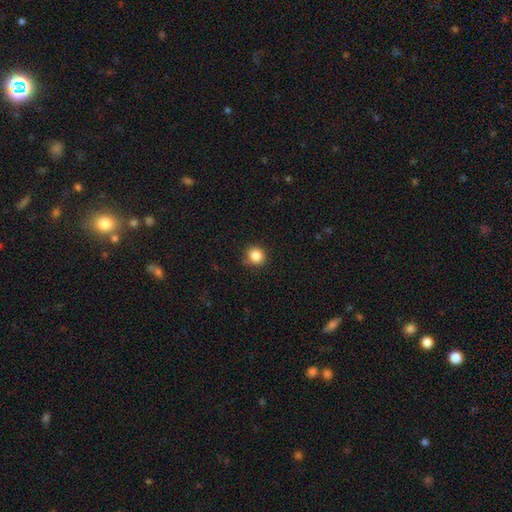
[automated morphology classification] smooth 85%, star or artifact 11%, featured or disk 4%. Down the decision tree: how rounded — round (88%); merging — none (86%).